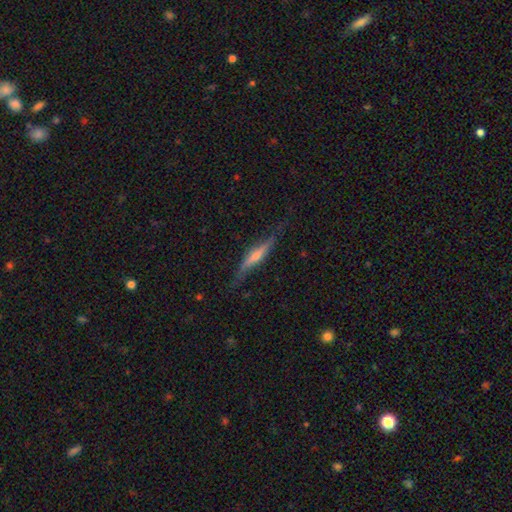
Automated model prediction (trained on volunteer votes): A featured or disk galaxy (66%) viewed edge-on (89%) with a rounded central bulge (68%). Merging: none (71%).